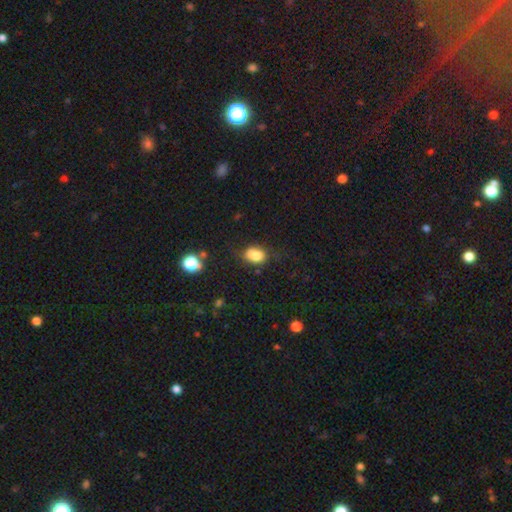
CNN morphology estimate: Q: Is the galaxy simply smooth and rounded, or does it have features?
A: smooth — 81%.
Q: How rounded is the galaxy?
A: in between — 79%.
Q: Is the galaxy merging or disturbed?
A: none — 64%.